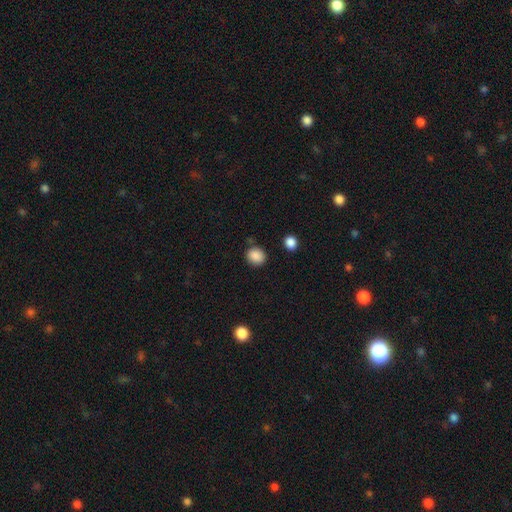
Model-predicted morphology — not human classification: Overall: smooth (87%). How rounded: round (78%). Merging: none (82%).